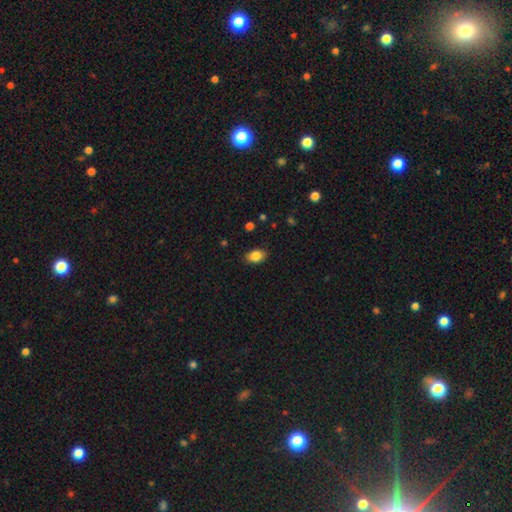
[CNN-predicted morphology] Smooth or featured: smooth — 86% (star or artifact — 8%)
How rounded: in between — 81% (round — 17%)
Merging: none — 83% (minor disturbance — 13%)